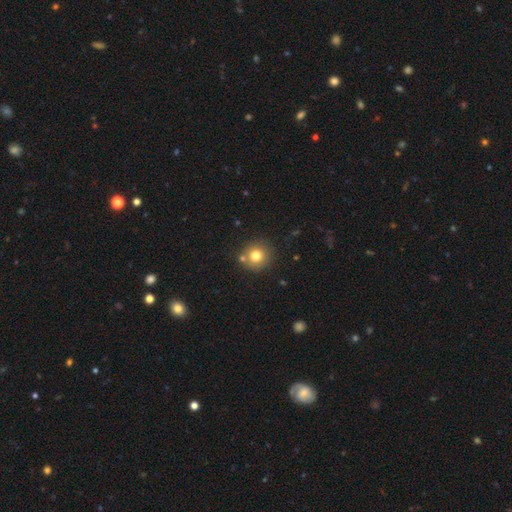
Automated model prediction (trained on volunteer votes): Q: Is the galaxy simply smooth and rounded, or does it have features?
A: smooth — 77%.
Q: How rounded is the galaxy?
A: round — 92%.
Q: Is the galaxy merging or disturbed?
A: none — 78%.